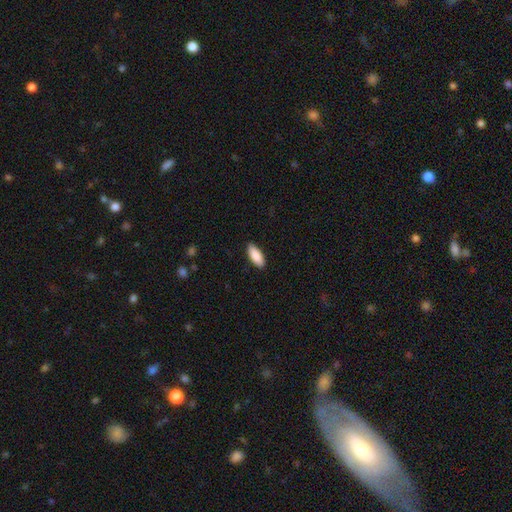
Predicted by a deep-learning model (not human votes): Q: Smooth or featured?
A: smooth (89%); runner-up: featured or disk (6%)
Q: How rounded?
A: in between (80%); runner-up: cigar-shaped (19%)
Q: Merging?
A: none (89%); runner-up: minor disturbance (8%)